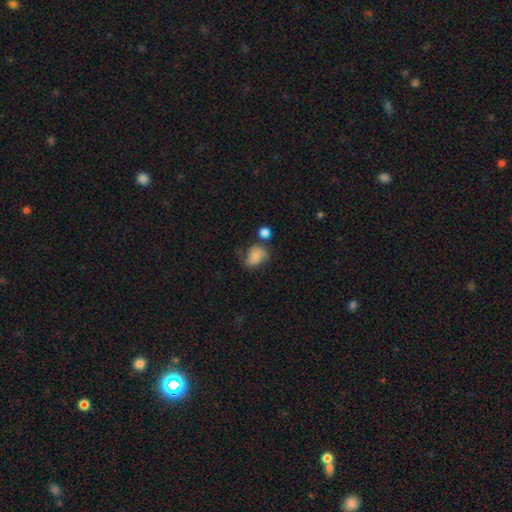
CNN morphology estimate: A smooth galaxy with no disk features (70%) that is in between round and cigar-shaped (63%). Merging: none (41%).